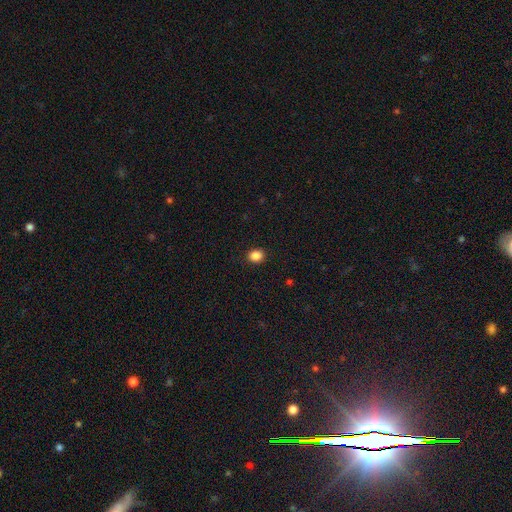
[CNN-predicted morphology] smooth 87%, star or artifact 10%, featured or disk 3%. Down the decision tree: how rounded — round (58%); merging — none (91%).